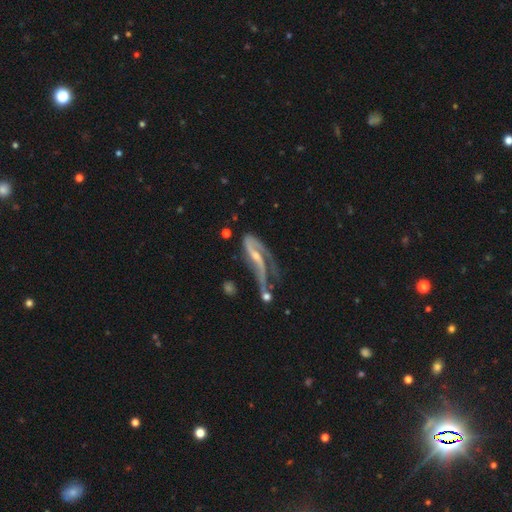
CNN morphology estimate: This is clearly a featured or disk galaxy (83%). It is clearly not viewed edge-on (86%). Bar: marginally weak (37%). Spiral arm pattern: clearly yes (89%). Spiral arm count: likely 2 (68%). Spiral winding: possibly loose (56%). Central bulge: likely small (61%). Merging: marginally major disturbance (36%).